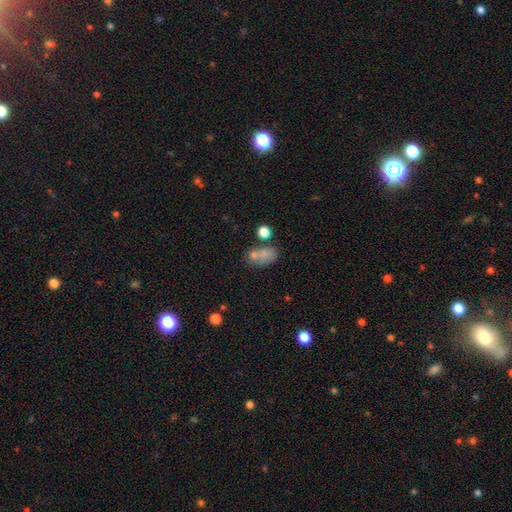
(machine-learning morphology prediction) This appears to be a smooth galaxy with no disk features (60%) that is in between round and cigar-shaped (72%). Merging: none (58%).